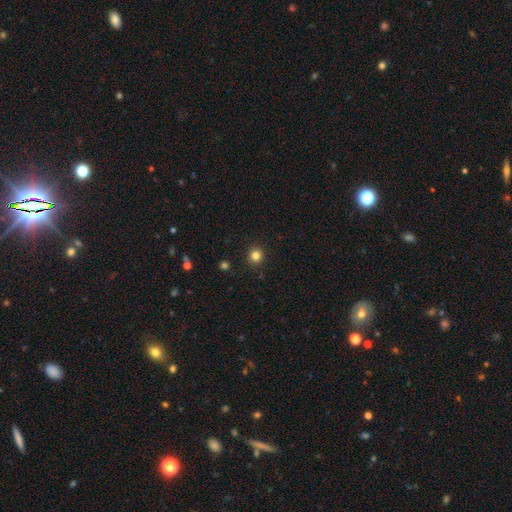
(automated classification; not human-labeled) The model was most divided on "smooth or featured": smooth: 82%, star or artifact: 13%, featured or disk: 5%. More confident: how rounded — round (93%); merging — none (92%).